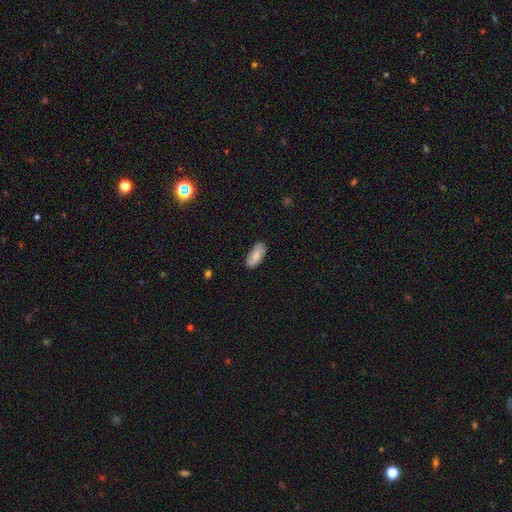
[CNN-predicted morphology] Overall: smooth (78%). How rounded: in between (88%). Merging: none (80%).